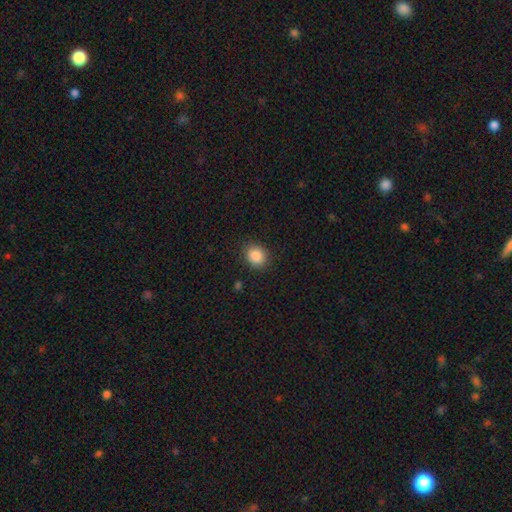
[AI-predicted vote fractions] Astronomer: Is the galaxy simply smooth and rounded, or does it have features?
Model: smooth — 87%.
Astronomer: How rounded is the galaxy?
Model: round — 58% (runner-up: in between, 41%).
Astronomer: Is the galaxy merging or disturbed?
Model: none — 88%.